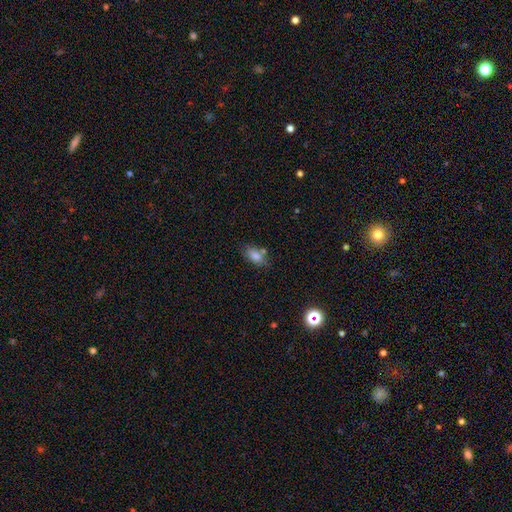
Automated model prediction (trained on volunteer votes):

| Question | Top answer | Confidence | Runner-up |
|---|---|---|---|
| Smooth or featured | smooth | 80% | featured or disk (10%) |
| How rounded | in between | 86% | round (9%) |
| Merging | none | 62% | minor disturbance (19%) |